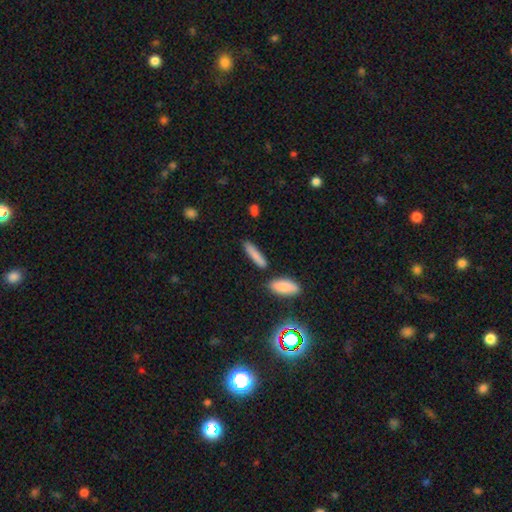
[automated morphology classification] Smooth or featured: smooth — 82% (featured or disk — 11%)
How rounded: cigar-shaped — 79% (in between — 19%)
Merging: none — 76% (minor disturbance — 11%)